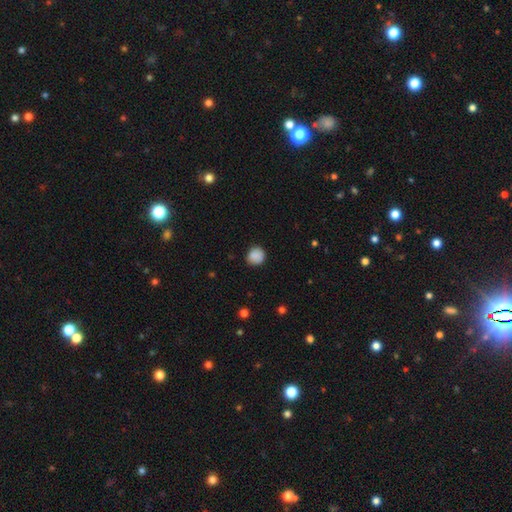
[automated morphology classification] smooth-or-featured: smooth: 88% | star or artifact: 9% | featured or disk: 3%
  how-rounded: round: 89% | in between: 10% | cigar-shaped: 1%
  merging: none: 87% | minor disturbance: 10% | major disturbance: 2% | merger: 1%